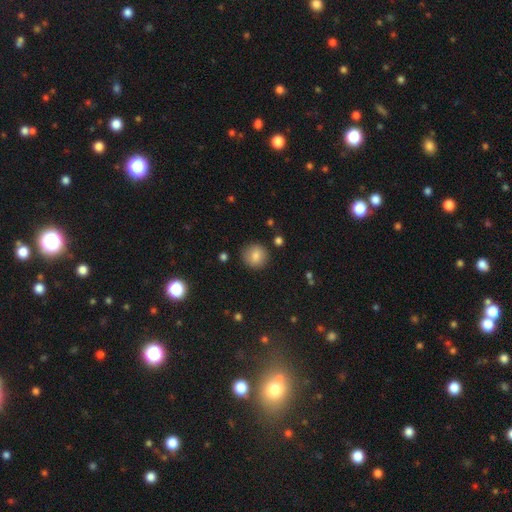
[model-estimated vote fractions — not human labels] A smooth galaxy with no disk features (82%) that is round (91%). Merging: none (87%).